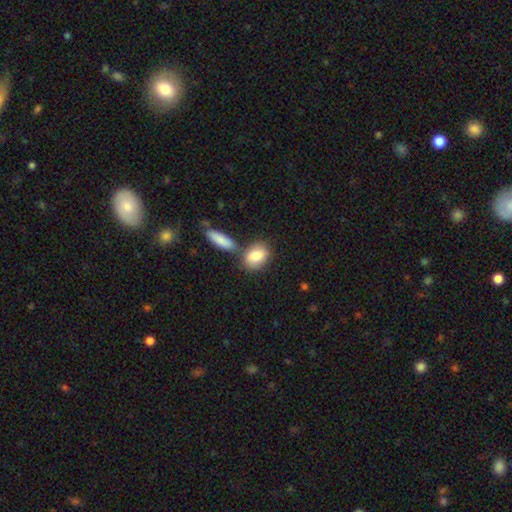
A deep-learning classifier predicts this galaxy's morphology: Smooth or featured?
  - smooth: 83% *
  - featured or disk: 11%
  - star or artifact: 6%
How rounded?
  - in between: 77% *
  - round: 18%
  - cigar-shaped: 4%
Merging?
  - none: 57% *
  - merger: 28%
  - minor disturbance: 12%
  - major disturbance: 4%